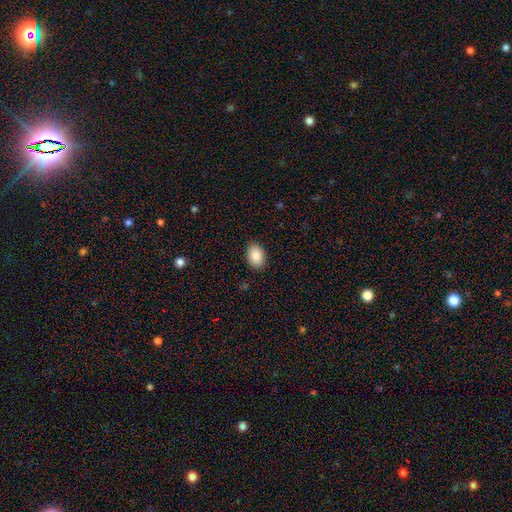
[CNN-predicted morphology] A smooth galaxy with no disk features (87%) that is in between round and cigar-shaped (84%).

Vote fractions:
- Smooth or featured? smooth: 87% / star or artifact: 7% / featured or disk: 6%
- How rounded? in between: 84% / round: 15% / cigar-shaped: 1%
- Merging? none: 88% / minor disturbance: 9% / major disturbance: 2% / merger: 1%